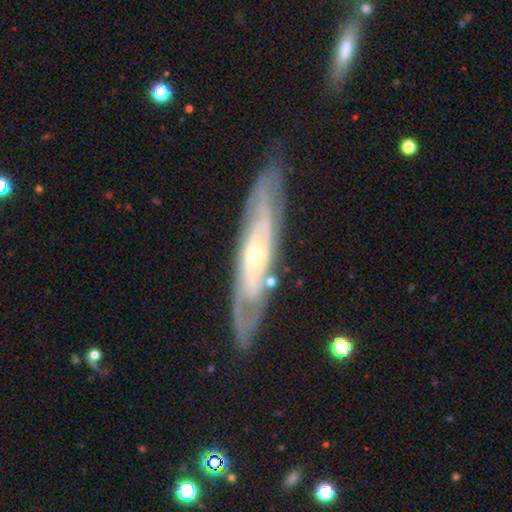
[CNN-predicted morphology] Smooth or featured? Predicted: featured or disk (p=0.80). Edge-on disk? Predicted: no (p=0.64). Bar? Predicted: no (p=0.66). Spiral arms? Predicted: yes (p=0.77). Bulge size? Predicted: small (p=0.56). Merging? Predicted: none (p=0.79).